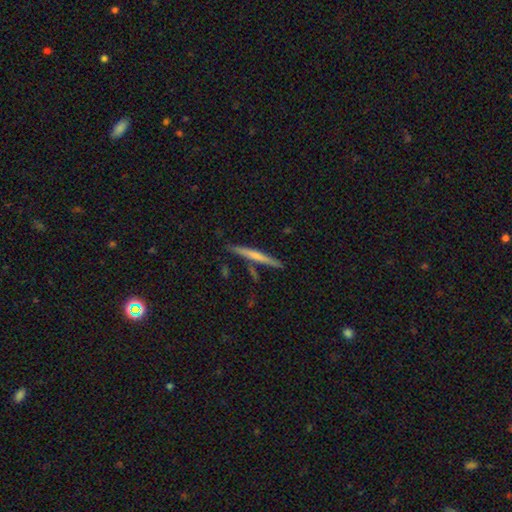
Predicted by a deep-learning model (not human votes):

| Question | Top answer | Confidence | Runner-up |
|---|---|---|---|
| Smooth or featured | smooth | 53% | featured or disk (41%) |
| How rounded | cigar-shaped | 96% | in between (3%) |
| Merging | none | 83% | minor disturbance (10%) |